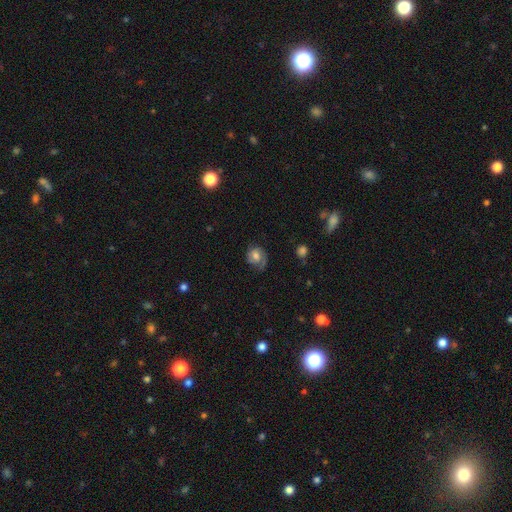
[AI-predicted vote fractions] featured or disk 52%, smooth 39%, star or artifact 9%. Down the decision tree: edge-on disk — no (97%); merging — none (58%).